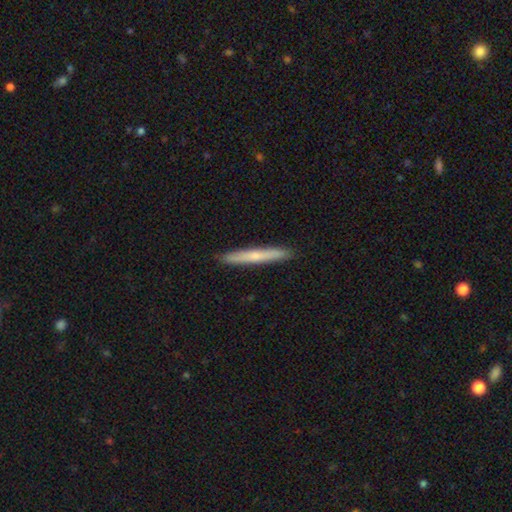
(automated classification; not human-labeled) Morphology: type=smooth (56%); roundness=cigar-shaped (96%); merging=none (92%).